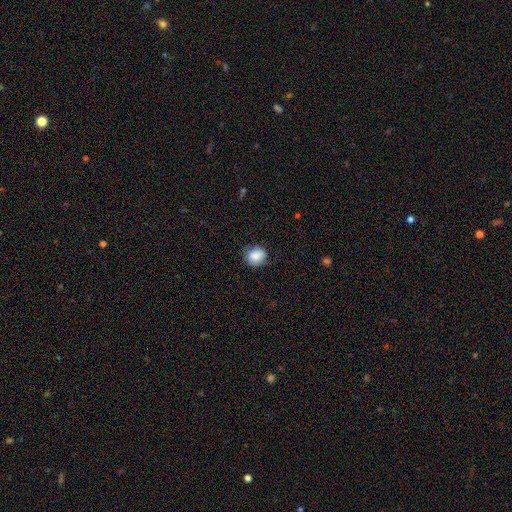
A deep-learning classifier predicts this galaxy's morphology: Smooth or featured: smooth — 86% (star or artifact — 8%)
How rounded: round — 65% (in between — 34%)
Merging: none — 73% (minor disturbance — 21%)